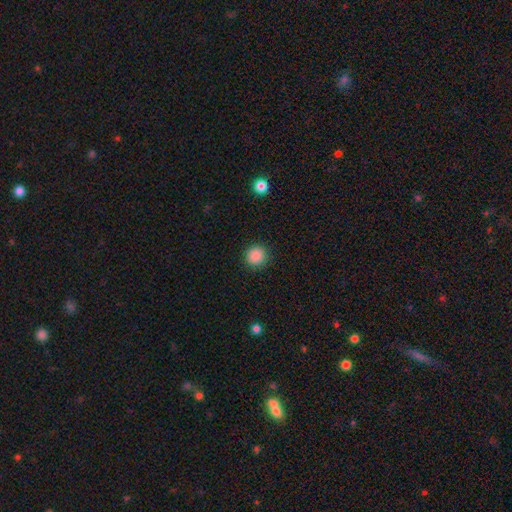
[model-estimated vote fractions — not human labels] Q: Smooth or featured?
A: smooth (88%); runner-up: star or artifact (10%)
Q: How rounded?
A: round (93%); runner-up: in between (6%)
Q: Merging?
A: none (91%); runner-up: minor disturbance (6%)